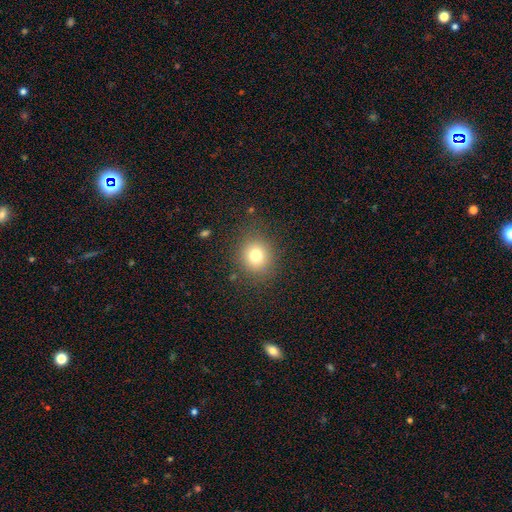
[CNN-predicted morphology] The model was most divided on "smooth or featured": smooth: 76%, star or artifact: 14%, featured or disk: 10%. More confident: merging — none (85%); how rounded — round (81%).